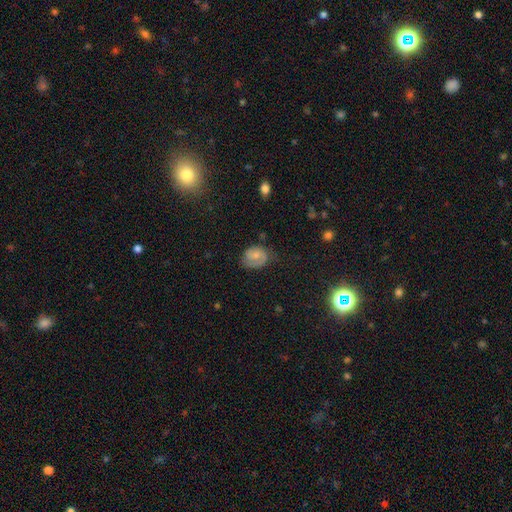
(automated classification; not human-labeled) Smooth or featured? Predicted: smooth (p=0.49). Merging? Predicted: none (p=0.56).